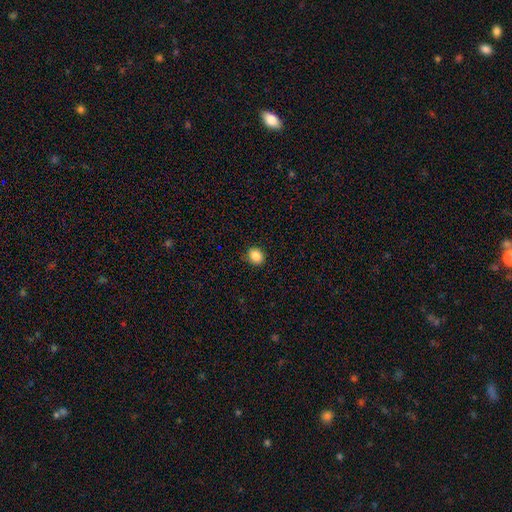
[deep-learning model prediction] Smooth or featured: smooth — 87% (star or artifact — 9%)
How rounded: round — 57% (in between — 42%)
Merging: none — 86% (minor disturbance — 10%)